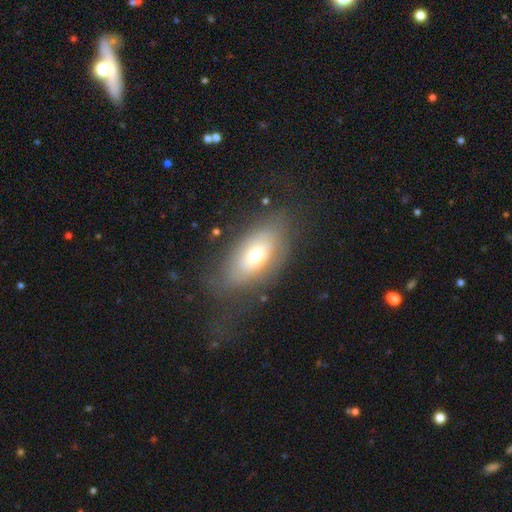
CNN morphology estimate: This appears to be a smooth galaxy with no disk features (56%) that is in between round and cigar-shaped (88%). Merging: none (58%).